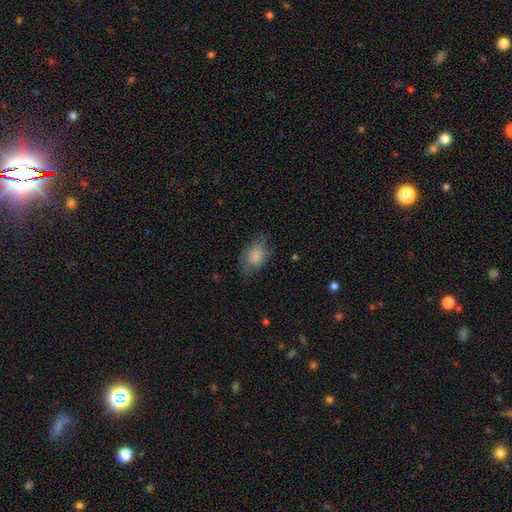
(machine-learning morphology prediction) smooth 84%, featured or disk 9%, star or artifact 7%. Down the decision tree: how rounded — in between (84%); merging — none (66%).